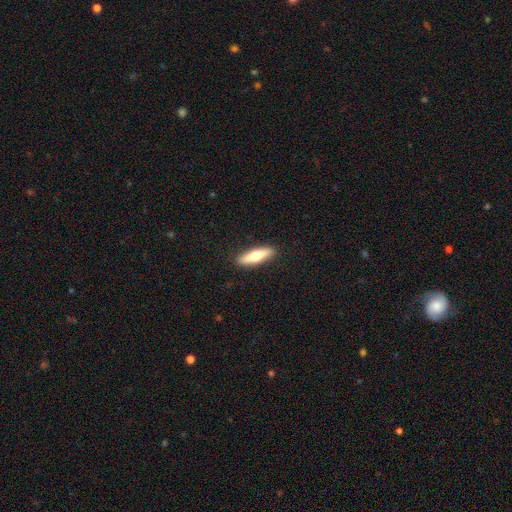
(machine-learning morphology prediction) This is likely a smooth galaxy (61%). How rounded: likely cigar-shaped (68%). Merging: clearly none (90%).